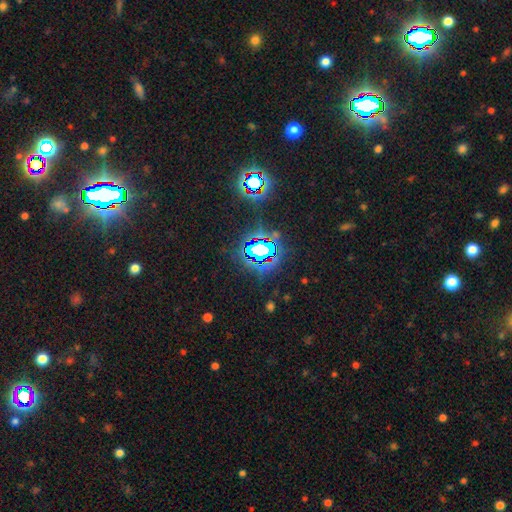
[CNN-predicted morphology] type=star or artifact (74%).